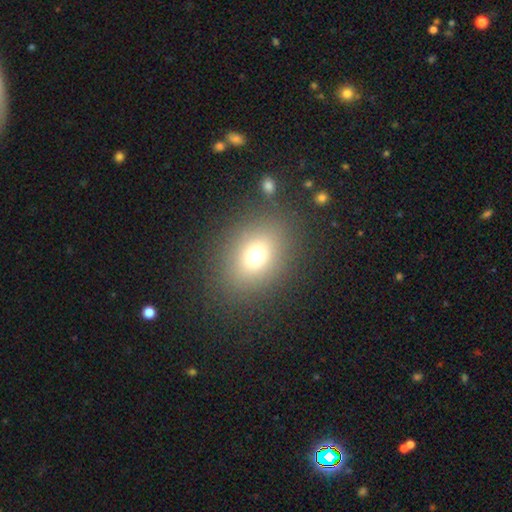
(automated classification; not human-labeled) A smooth galaxy with no disk features (69%) that is in between round and cigar-shaped (51%). Merging: none (83%).